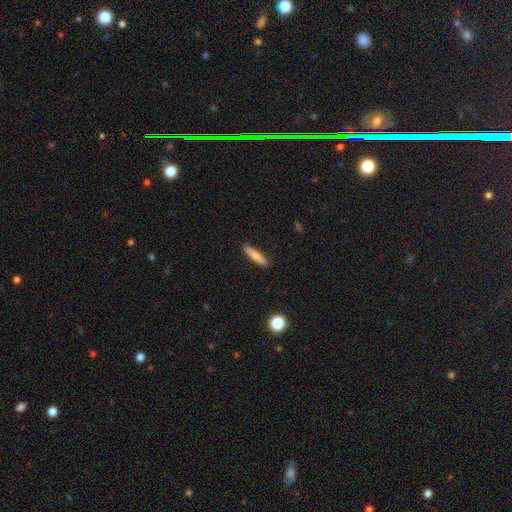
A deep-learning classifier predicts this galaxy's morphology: A smooth galaxy with no disk features (79%) that is cigar-shaped (85%).

Vote fractions:
- Smooth or featured? smooth: 79% / featured or disk: 15% / star or artifact: 6%
- How rounded? cigar-shaped: 85% / in between: 14% / round: 2%
- Merging? none: 90% / minor disturbance: 8% / major disturbance: 2% / merger: 1%